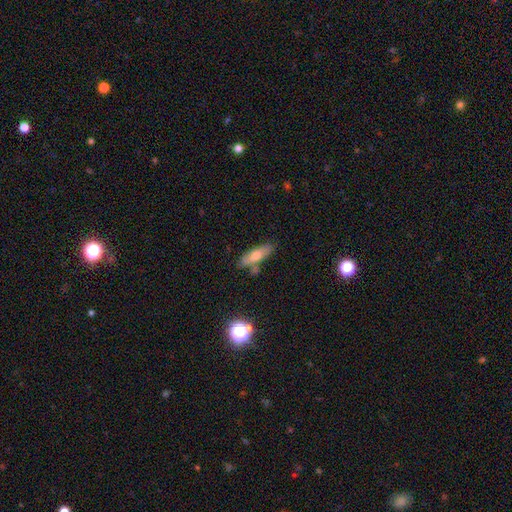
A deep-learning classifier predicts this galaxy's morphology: A smooth galaxy with no disk features (63%) that is cigar-shaped (52%). Merging: none (72%).